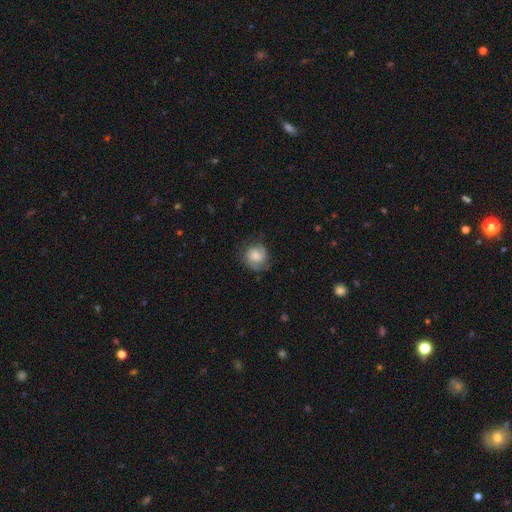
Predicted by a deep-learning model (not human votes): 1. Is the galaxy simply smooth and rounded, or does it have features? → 61% smooth, 31% featured or disk, 8% star or artifact.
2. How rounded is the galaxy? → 79% round, 20% in between, 1% cigar-shaped.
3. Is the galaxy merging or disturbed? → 65% none, 23% minor disturbance, 10% major disturbance, 1% merger.